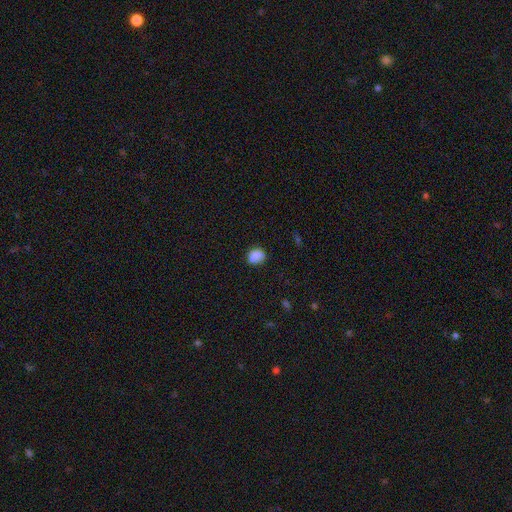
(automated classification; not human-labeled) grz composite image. It shows a smooth galaxy with no disk features (82%) that is round (62%). Merging: none (64%).